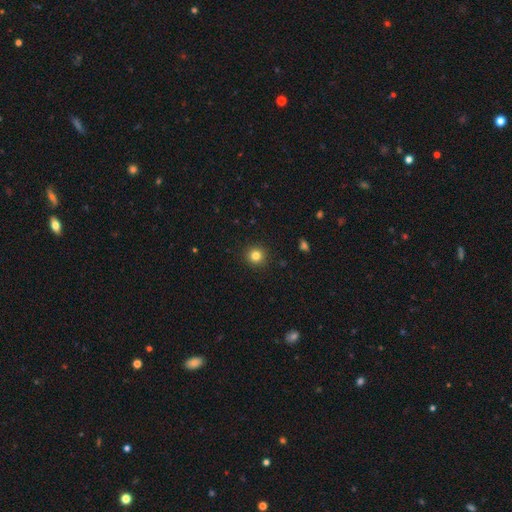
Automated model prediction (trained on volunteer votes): Smooth or featured? smooth (82%)
How rounded? round (94%)
Merging? none (92%)